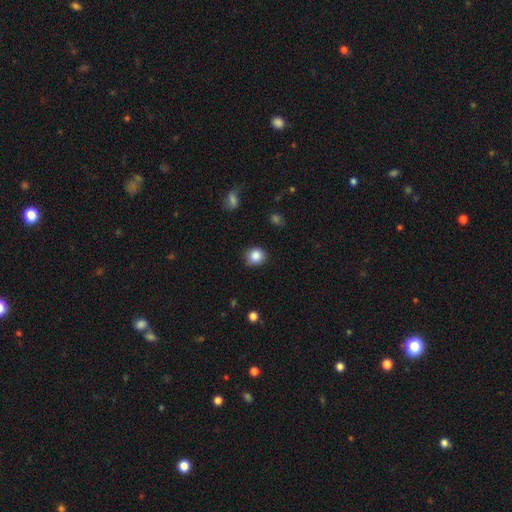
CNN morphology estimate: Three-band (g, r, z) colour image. It shows a smooth galaxy with no disk features (86%) that is round (83%). Merging: none (83%).